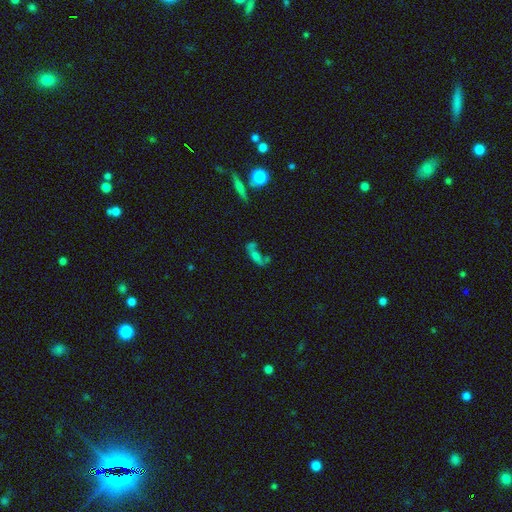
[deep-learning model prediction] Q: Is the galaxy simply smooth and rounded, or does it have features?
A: smooth — 52%.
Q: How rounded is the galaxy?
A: in between — 55%.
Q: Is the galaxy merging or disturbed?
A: merger — 38%.